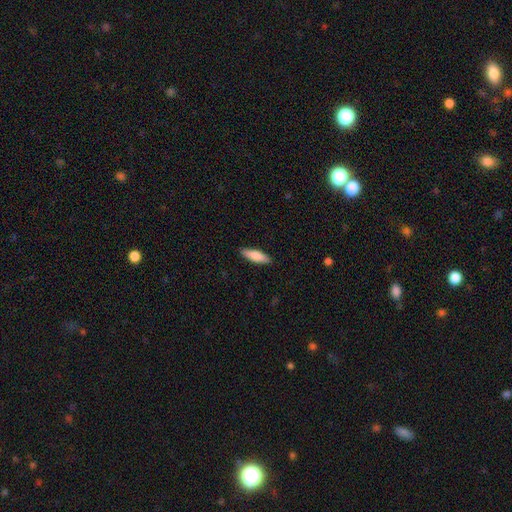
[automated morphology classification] A smooth galaxy with no disk features (79%) that is cigar-shaped (57%).

Vote fractions:
- Smooth or featured? smooth: 79% / featured or disk: 15% / star or artifact: 5%
- How rounded? cigar-shaped: 57% / in between: 41% / round: 2%
- Merging? none: 89% / minor disturbance: 8% / major disturbance: 2% / merger: 1%